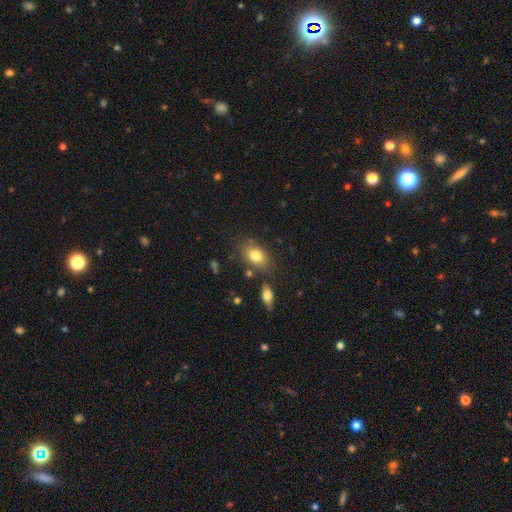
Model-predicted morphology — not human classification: Smooth or featured?
  - smooth: 80% *
  - featured or disk: 11%
  - star or artifact: 9%
How rounded?
  - in between: 80% *
  - round: 19%
  - cigar-shaped: 2%
Merging?
  - none: 73% *
  - minor disturbance: 14%
  - merger: 8%
  - major disturbance: 4%